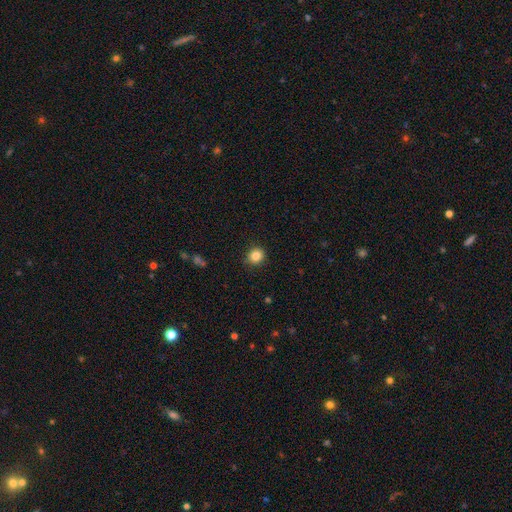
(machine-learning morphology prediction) The model was most divided on "smooth or featured": smooth: 85%, star or artifact: 11%, featured or disk: 4%. More confident: how rounded — round (88%); merging — none (87%).